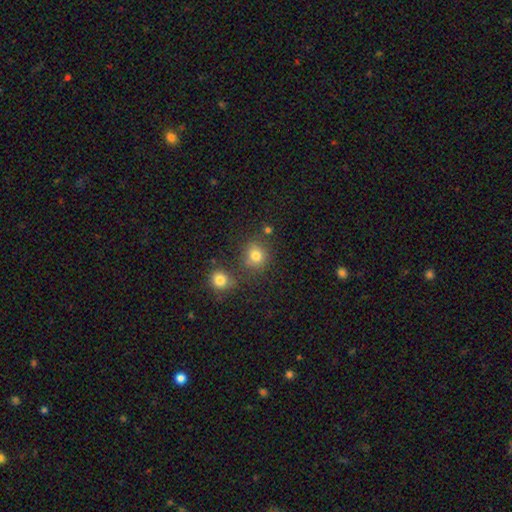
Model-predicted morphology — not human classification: Smooth or featured?
  - smooth: 78% *
  - star or artifact: 15%
  - featured or disk: 7%
How rounded?
  - round: 83% *
  - in between: 16%
  - cigar-shaped: 1%
Merging?
  - none: 71% *
  - merger: 13%
  - minor disturbance: 12%
  - major disturbance: 4%